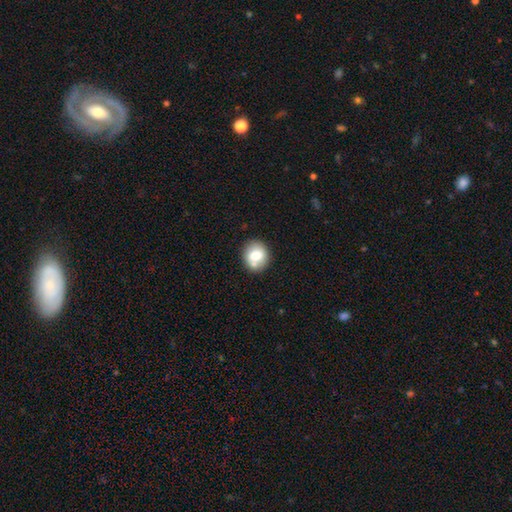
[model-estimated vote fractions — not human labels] Smooth or featured? Predicted: smooth (p=0.74). How rounded? Predicted: round (p=0.74). Merging? Predicted: none (p=0.70).